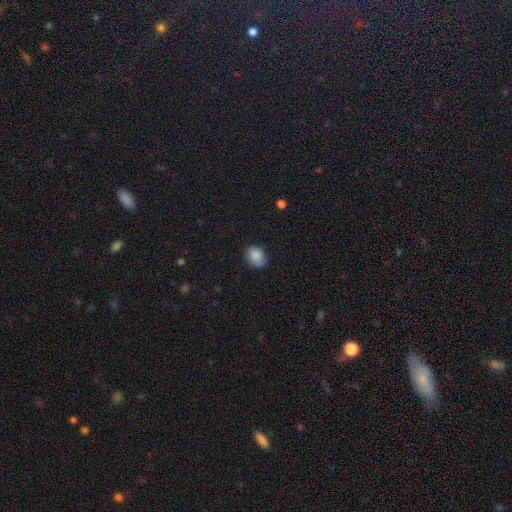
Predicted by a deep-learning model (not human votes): Smooth or featured? smooth (85%)
How rounded? in between (56%)
Merging? none (71%)